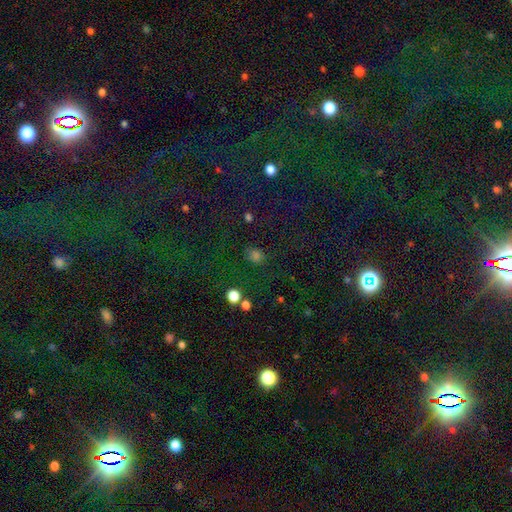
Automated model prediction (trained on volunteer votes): A smooth galaxy with no disk features (62%) that is round (66%). Merging: none (80%).